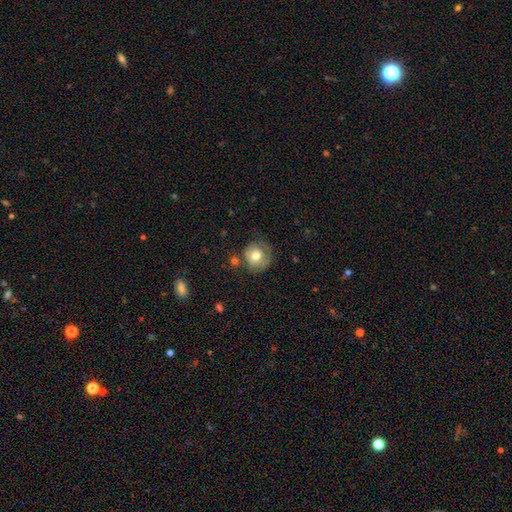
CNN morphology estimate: Q: Smooth or featured?
A: smooth (70%); runner-up: featured or disk (22%)
Q: How rounded?
A: round (87%); runner-up: in between (12%)
Q: Merging?
A: none (61%); runner-up: minor disturbance (22%)